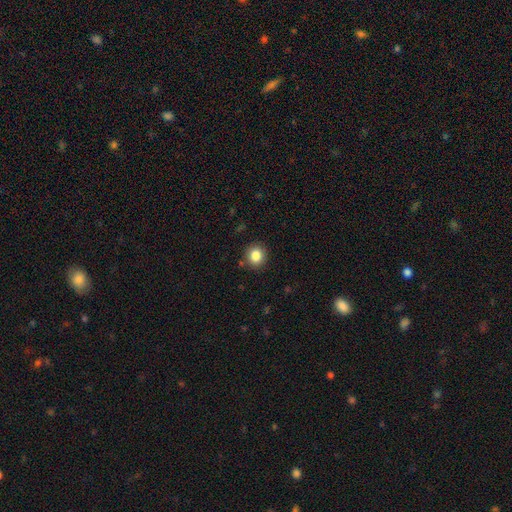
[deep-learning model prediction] Morphology: type=smooth (84%); roundness=round (80%); merging=none (89%).